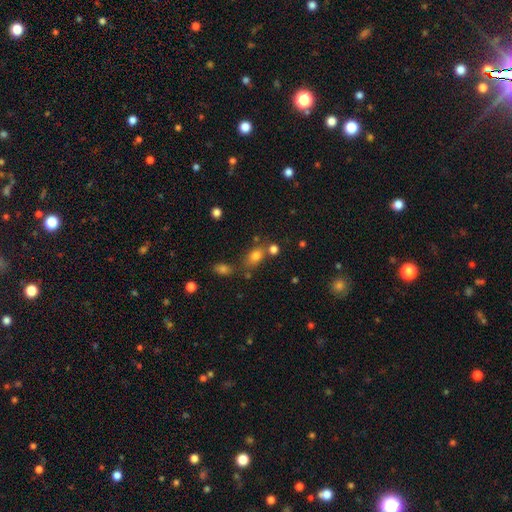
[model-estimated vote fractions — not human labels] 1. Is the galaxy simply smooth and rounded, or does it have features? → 77% smooth, 13% star or artifact, 9% featured or disk.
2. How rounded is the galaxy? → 73% in between, 24% round, 3% cigar-shaped.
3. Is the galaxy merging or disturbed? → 58% none, 20% merger, 15% minor disturbance, 6% major disturbance.